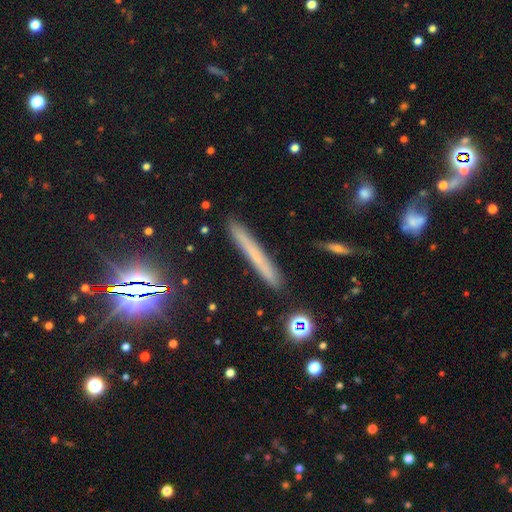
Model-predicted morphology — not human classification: Q: Smooth or featured?
A: smooth (58%); runner-up: featured or disk (28%)
Q: How rounded?
A: cigar-shaped (96%); runner-up: in between (2%)
Q: Merging?
A: none (88%); runner-up: minor disturbance (8%)